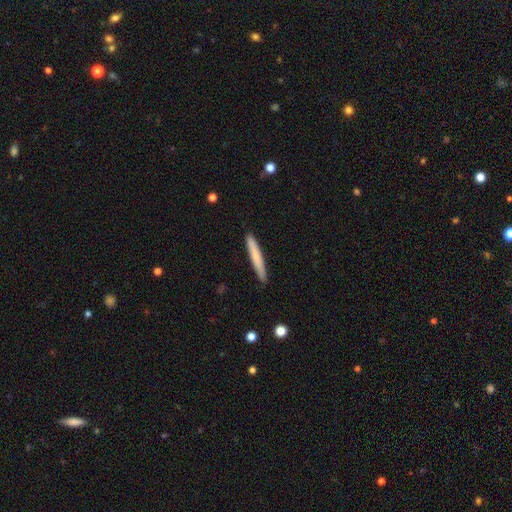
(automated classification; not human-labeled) A smooth galaxy with no disk features (71%) that is cigar-shaped (96%). Merging: none (90%).